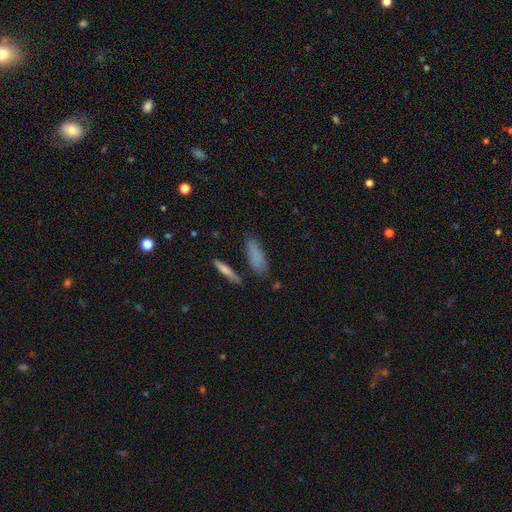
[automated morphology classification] Q: Smooth or featured?
A: smooth (79%); runner-up: featured or disk (12%)
Q: How rounded?
A: cigar-shaped (52%); runner-up: in between (45%)
Q: Merging?
A: none (72%); runner-up: minor disturbance (16%)